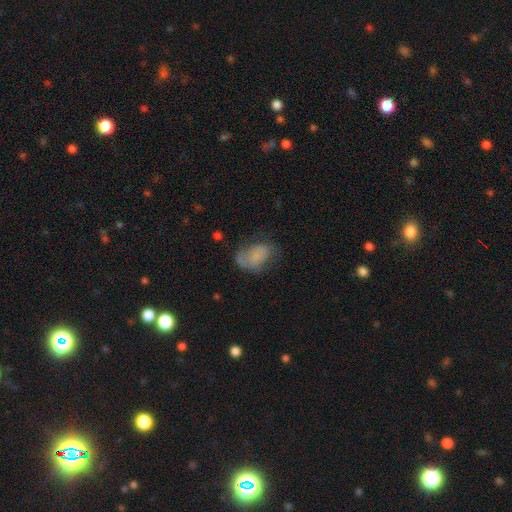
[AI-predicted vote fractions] Smooth or featured: smooth — 62% (featured or disk — 27%)
How rounded: in between — 81% (round — 18%)
Merging: none — 42% (minor disturbance — 30%)